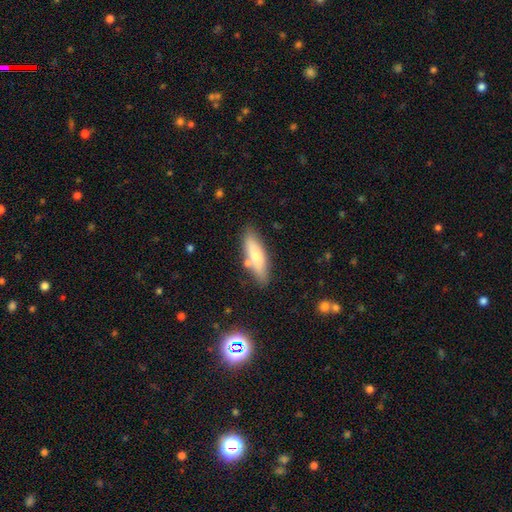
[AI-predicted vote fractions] Smooth or featured?
  - smooth: 67% *
  - featured or disk: 26%
  - star or artifact: 7%
How rounded?
  - cigar-shaped: 53% *
  - in between: 45%
  - round: 2%
Merging?
  - none: 76% *
  - minor disturbance: 14%
  - merger: 8%
  - major disturbance: 3%